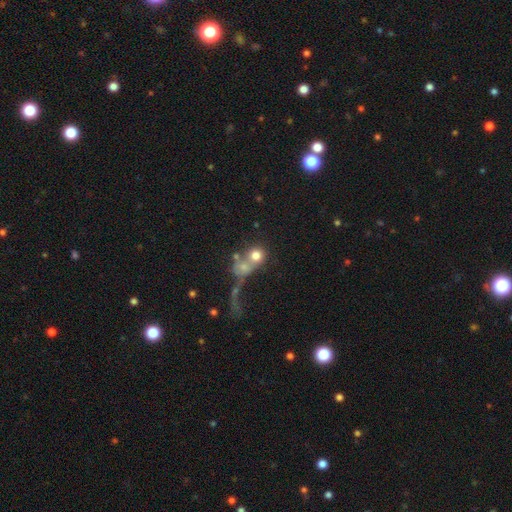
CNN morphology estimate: A smooth galaxy with no disk features (66%) that is round (79%).

Vote fractions:
- Smooth or featured? smooth: 66% / featured or disk: 20% / star or artifact: 14%
- How rounded? round: 79% / in between: 19% / cigar-shaped: 2%
- Merging? merger: 56% / none: 23% / major disturbance: 14% / minor disturbance: 7%